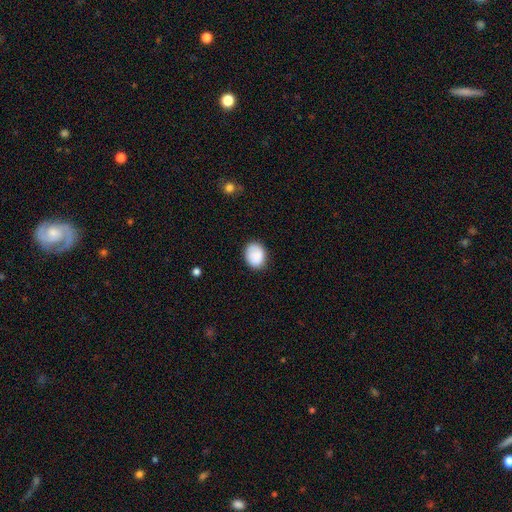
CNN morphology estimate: type=smooth (86%); roundness=in between (56%); merging=none (81%).